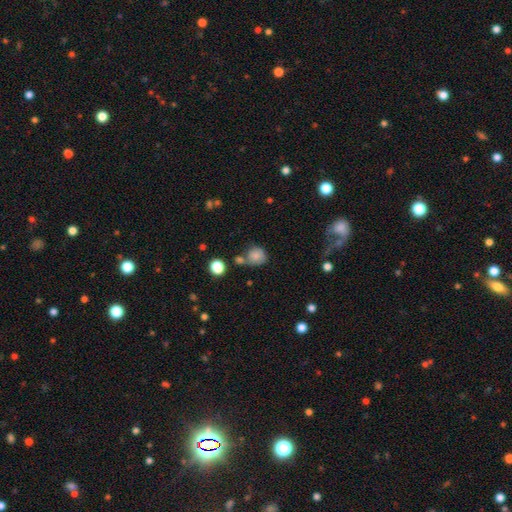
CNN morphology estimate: Smooth or featured? smooth (81%)
How rounded? round (81%)
Merging? none (53%)